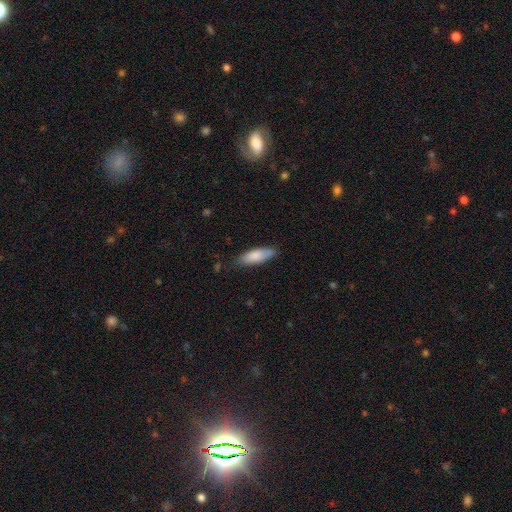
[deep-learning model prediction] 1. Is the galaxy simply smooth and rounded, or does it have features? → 82% smooth, 12% featured or disk, 6% star or artifact.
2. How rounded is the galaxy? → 56% in between, 43% cigar-shaped, 2% round.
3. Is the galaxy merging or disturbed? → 78% none, 18% minor disturbance, 3% major disturbance, 1% merger.